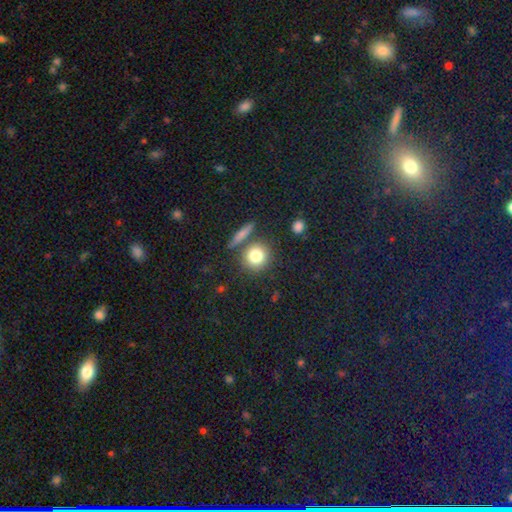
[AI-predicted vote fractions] Smooth or featured? Predicted: smooth (p=0.79). How rounded? Predicted: round (p=0.86). Merging? Predicted: none (p=0.75).